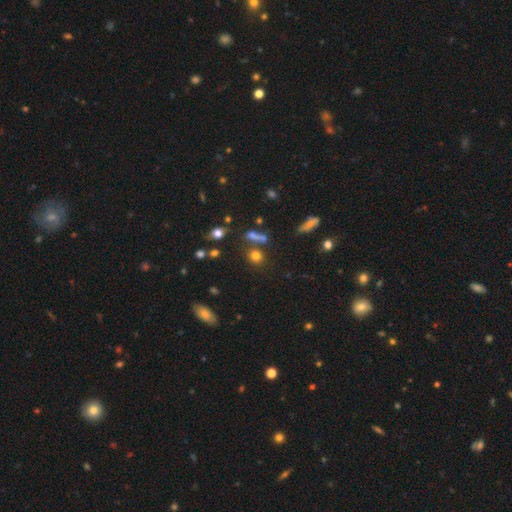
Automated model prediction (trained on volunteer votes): Smooth or featured?
  - smooth: 75% *
  - star or artifact: 17%
  - featured or disk: 8%
How rounded?
  - round: 77% *
  - in between: 20%
  - cigar-shaped: 3%
Merging?
  - none: 71% *
  - merger: 14%
  - minor disturbance: 10%
  - major disturbance: 4%